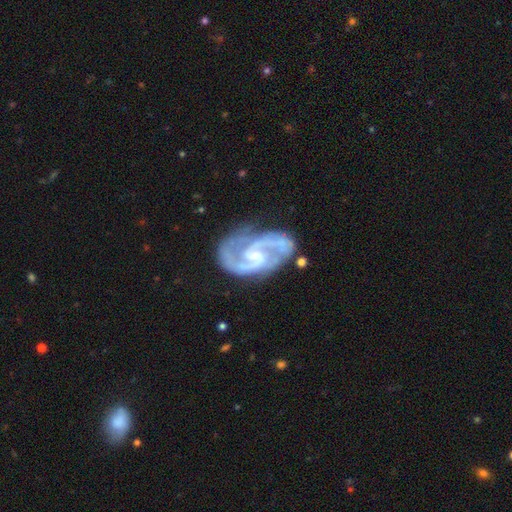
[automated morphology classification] type=featured or disk (91%); edge-on=no (98%); bar=weak (50%); spiral arms=yes (98%); winding=medium (58%); arm count=2 (89%); bulge=small (51%); merging=none (71%).